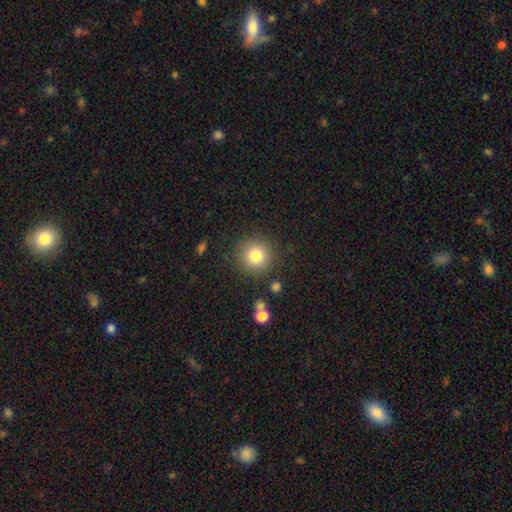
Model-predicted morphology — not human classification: This appears to be a smooth galaxy with no disk features (81%) that is round (94%). Merging: none (86%).